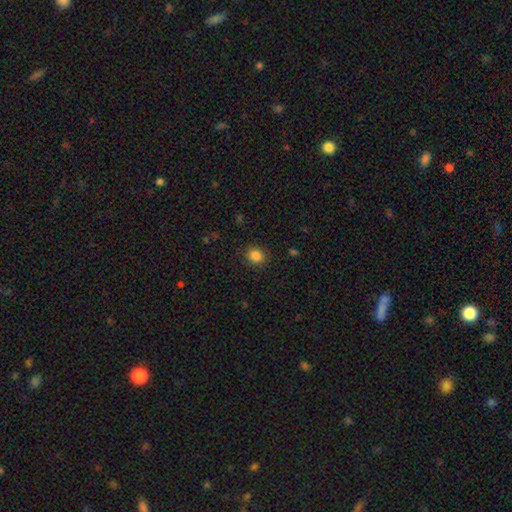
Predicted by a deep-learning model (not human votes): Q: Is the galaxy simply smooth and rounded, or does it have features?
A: smooth — 85%.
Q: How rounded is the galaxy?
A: round — 68%.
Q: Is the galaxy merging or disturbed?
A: none — 88%.